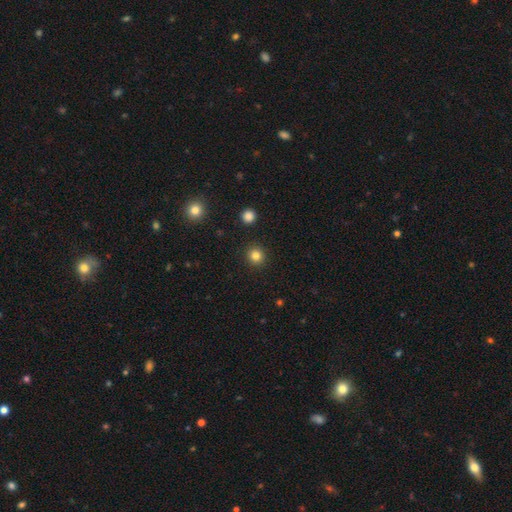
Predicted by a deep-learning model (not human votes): Overall: smooth (83%). How rounded: round (94%). Merging: none (92%).